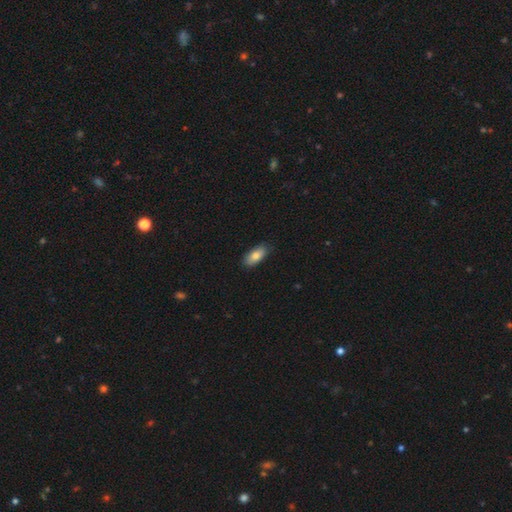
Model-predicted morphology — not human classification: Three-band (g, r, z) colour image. It shows a smooth galaxy with no disk features (80%) that is in between round and cigar-shaped (88%). Merging: none (85%).